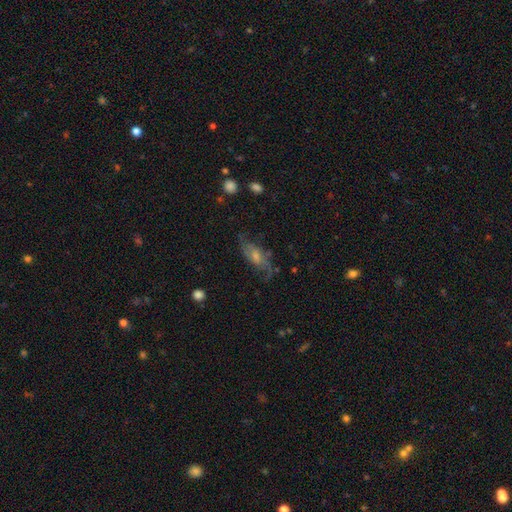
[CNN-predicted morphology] A featured or disk galaxy (62%) with no bar (60%), spiral arms (82%) and a moderate central bulge (46%).

Vote fractions:
- Smooth or featured? featured or disk: 62% / smooth: 25% / star or artifact: 13%
- Edge-on disk? no: 82% / yes: 18%
- Bar? no: 60% / weak: 32% / strong: 8%
- Spiral arms? yes: 82% / no: 18%
- Bulge size? moderate: 46% / small: 33% / large: 10% / none: 9% / dominant: 2%
- Merging? none: 66% / minor disturbance: 20% / major disturbance: 12% / merger: 2%